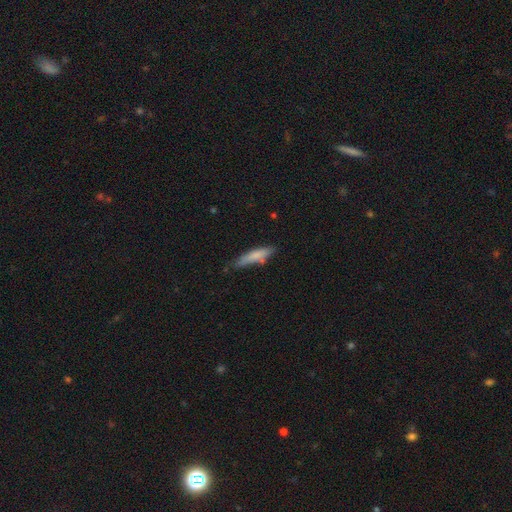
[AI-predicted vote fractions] smooth 72%, featured or disk 21%, star or artifact 6%. Down the decision tree: how rounded — cigar-shaped (81%); merging — none (66%).